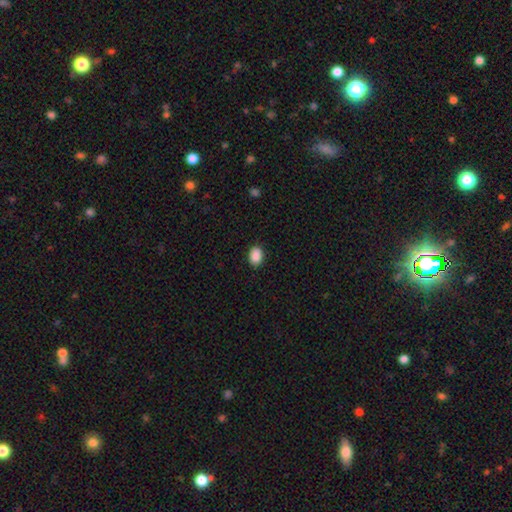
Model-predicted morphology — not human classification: Q: Smooth or featured?
A: smooth (90%); runner-up: star or artifact (8%)
Q: How rounded?
A: in between (77%); runner-up: round (22%)
Q: Merging?
A: none (88%); runner-up: minor disturbance (9%)